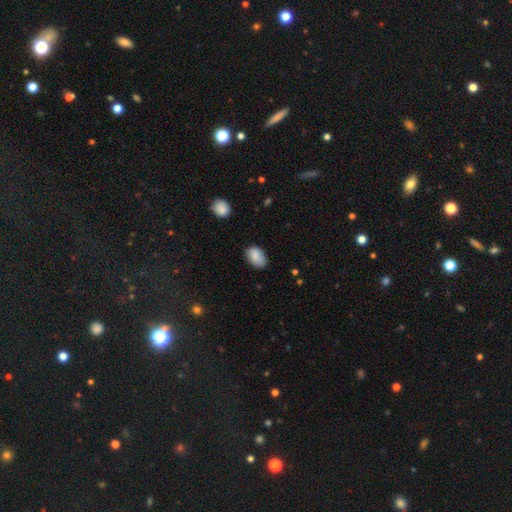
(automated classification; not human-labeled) smooth 87%, star or artifact 7%, featured or disk 6%. Down the decision tree: how rounded — in between (88%); merging — none (73%).